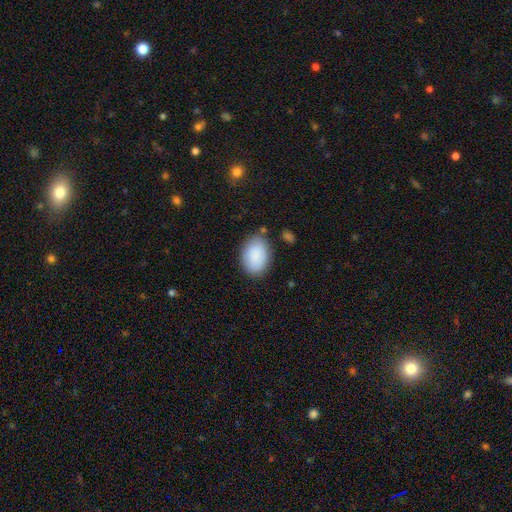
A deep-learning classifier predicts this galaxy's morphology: smooth-or-featured: smooth: 88% | featured or disk: 6% | star or artifact: 6%
  how-rounded: in between: 86% | round: 13% | cigar-shaped: 1%
  merging: none: 78% | minor disturbance: 15% | major disturbance: 4% | merger: 3%